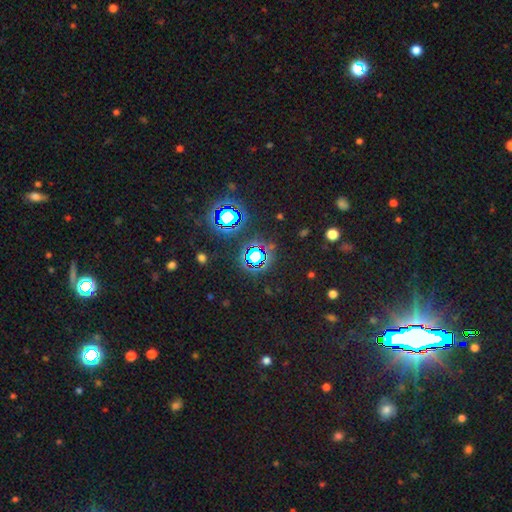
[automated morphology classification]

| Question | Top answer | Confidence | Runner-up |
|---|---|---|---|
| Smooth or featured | star or artifact | 76% | smooth (15%) |